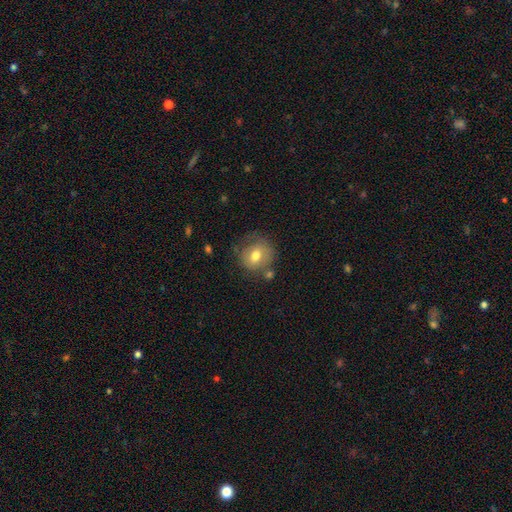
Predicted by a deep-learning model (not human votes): Smooth or featured?
  - smooth: 68% *
  - featured or disk: 23%
  - star or artifact: 8%
How rounded?
  - round: 75% *
  - in between: 24%
  - cigar-shaped: 1%
Merging?
  - none: 63% *
  - minor disturbance: 22%
  - major disturbance: 9%
  - merger: 7%